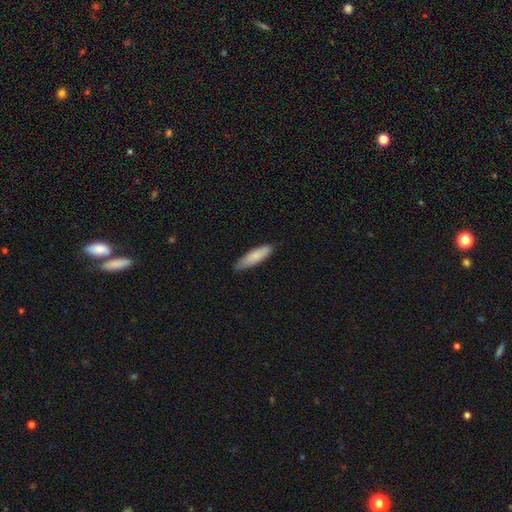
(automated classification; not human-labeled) Q: Smooth or featured?
A: smooth (82%); runner-up: featured or disk (13%)
Q: How rounded?
A: cigar-shaped (65%); runner-up: in between (34%)
Q: Merging?
A: none (81%); runner-up: minor disturbance (16%)